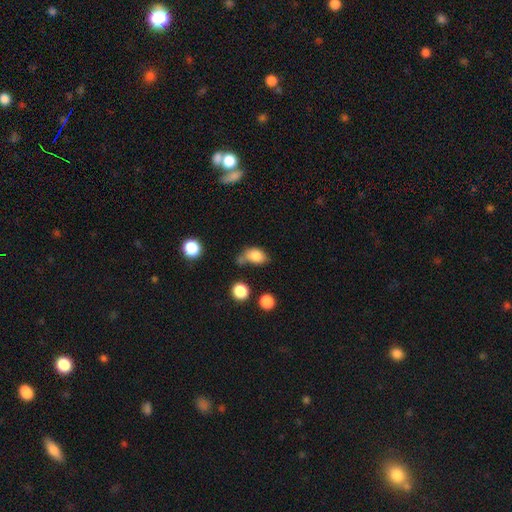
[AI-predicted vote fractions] Overall: smooth (81%). How rounded: in between (80%). Merging: none (42%; minor disturbance 28%).